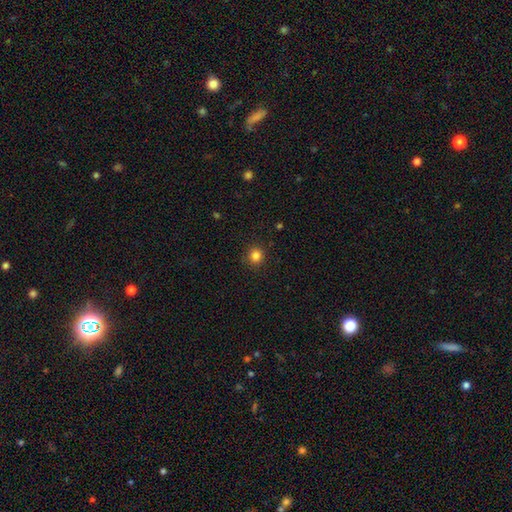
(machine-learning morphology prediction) Smooth or featured?
  - smooth: 83% *
  - star or artifact: 12%
  - featured or disk: 4%
How rounded?
  - round: 89% *
  - in between: 10%
  - cigar-shaped: 1%
Merging?
  - none: 90% *
  - minor disturbance: 7%
  - major disturbance: 2%
  - merger: 1%